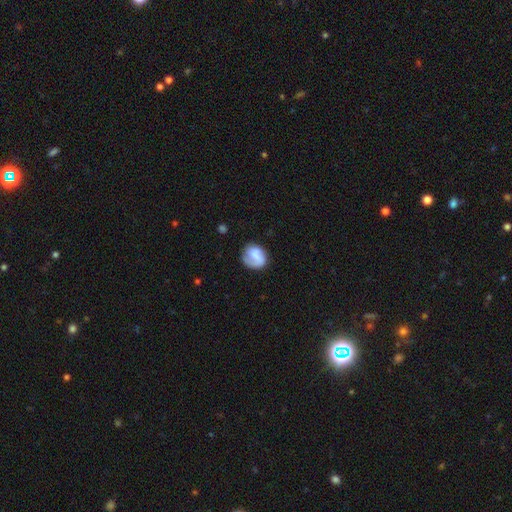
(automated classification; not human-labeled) Smooth or featured: smooth — 53% (featured or disk — 40%)
How rounded: round — 65% (in between — 34%)
Merging: none — 61% (minor disturbance — 23%)